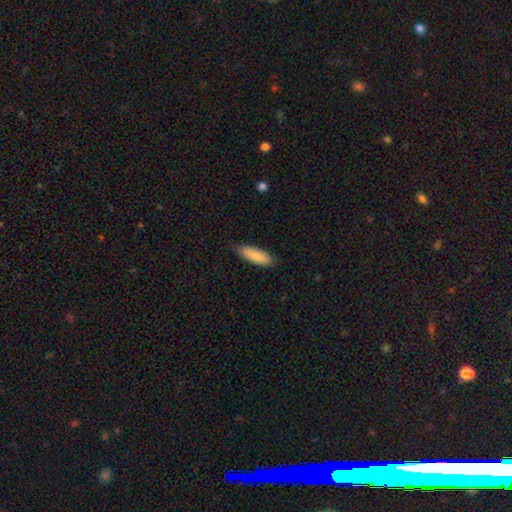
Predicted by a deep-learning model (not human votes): Smooth or featured? Predicted: smooth (p=0.87). How rounded? Predicted: in between (p=0.60). Merging? Predicted: none (p=0.84).